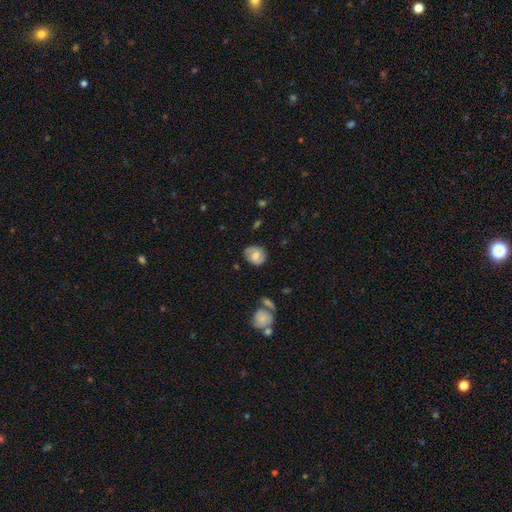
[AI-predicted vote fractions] A smooth galaxy with no disk features (47%).

Vote fractions:
- Smooth or featured? smooth: 47% / featured or disk: 46% / star or artifact: 8%
- Merging? none: 77% / minor disturbance: 16% / major disturbance: 5% / merger: 2%